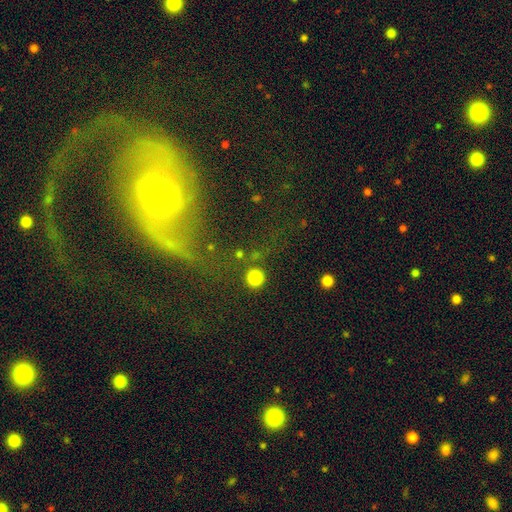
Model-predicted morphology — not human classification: This is likely a featured or disk galaxy (63%). It is clearly not viewed edge-on (93%). Bar: marginally weak (43%). Spiral arm pattern: likely yes (77%). Central bulge: possibly moderate (48%). Merging: possibly none (47%).